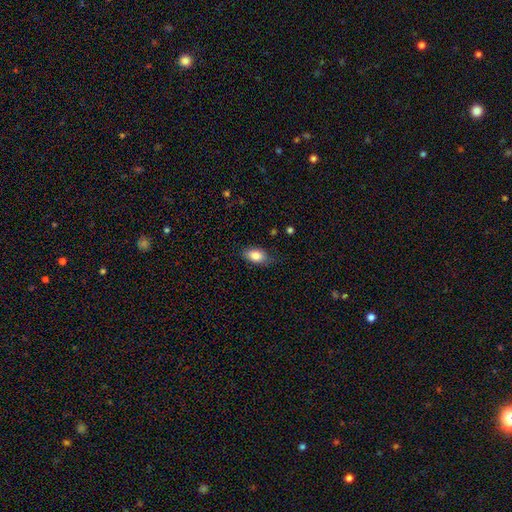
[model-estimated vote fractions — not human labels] smooth_or_featured: smooth (p=0.84) [alt: featured or disk p=0.09]
how_rounded: in between (p=0.90) [alt: round p=0.08]
merging: none (p=0.78) [alt: minor disturbance p=0.18]